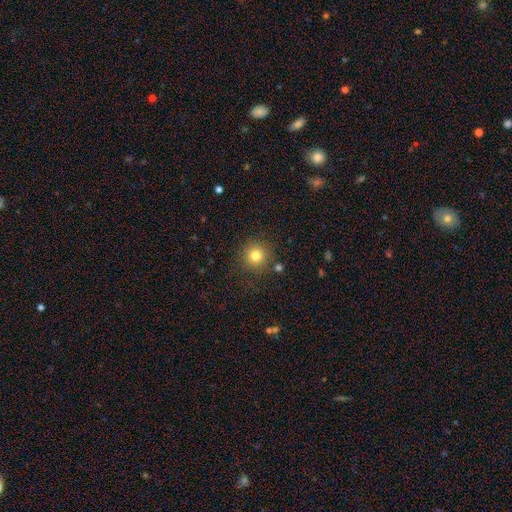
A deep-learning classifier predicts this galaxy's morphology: smooth-or-featured: smooth: 79% | star or artifact: 14% | featured or disk: 7%
  how-rounded: round: 94% | in between: 5% | cigar-shaped: 1%
  merging: none: 86% | minor disturbance: 8% | major disturbance: 3% | merger: 3%